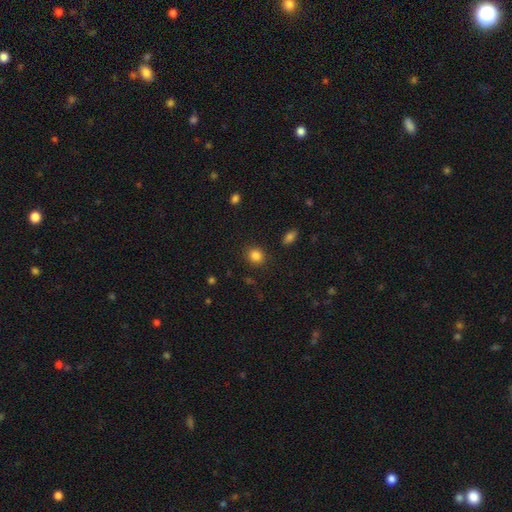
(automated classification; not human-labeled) Smooth or featured?
  - smooth: 84% *
  - star or artifact: 11%
  - featured or disk: 5%
How rounded?
  - round: 78% *
  - in between: 21%
  - cigar-shaped: 1%
Merging?
  - none: 88% *
  - minor disturbance: 8%
  - major disturbance: 3%
  - merger: 2%